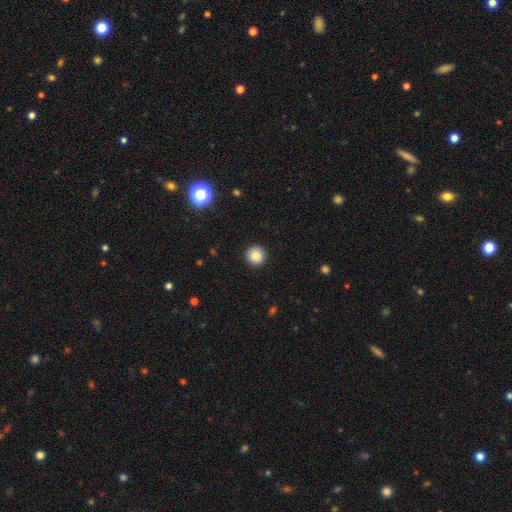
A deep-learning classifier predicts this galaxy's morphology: smooth 86%, star or artifact 10%, featured or disk 4%. Down the decision tree: how rounded — round (95%); merging — none (92%).